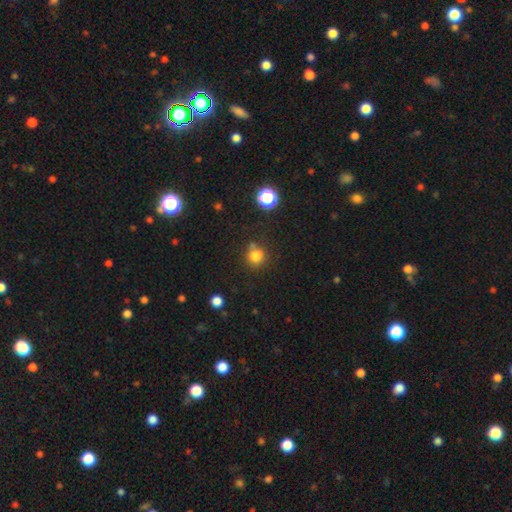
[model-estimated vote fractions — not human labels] Q: Smooth or featured?
A: smooth (80%); runner-up: star or artifact (15%)
Q: How rounded?
A: round (90%); runner-up: in between (9%)
Q: Merging?
A: none (75%); runner-up: minor disturbance (12%)